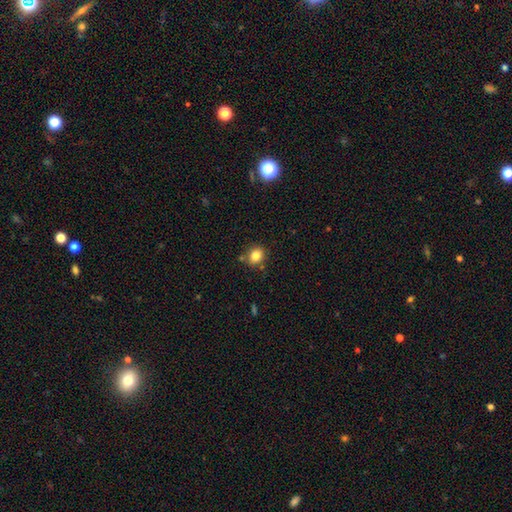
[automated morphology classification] A smooth galaxy with no disk features (82%) that is round (65%).

Vote fractions:
- Smooth or featured? smooth: 82% / star or artifact: 11% / featured or disk: 7%
- How rounded? round: 65% / in between: 34% / cigar-shaped: 1%
- Merging? none: 78% / minor disturbance: 12% / merger: 7% / major disturbance: 3%